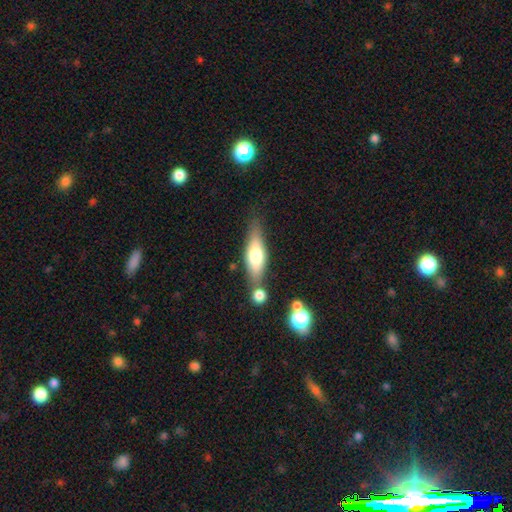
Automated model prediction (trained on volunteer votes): This is possibly a smooth galaxy (59%). How rounded: possibly cigar-shaped (50%). Merging: likely none (62%).